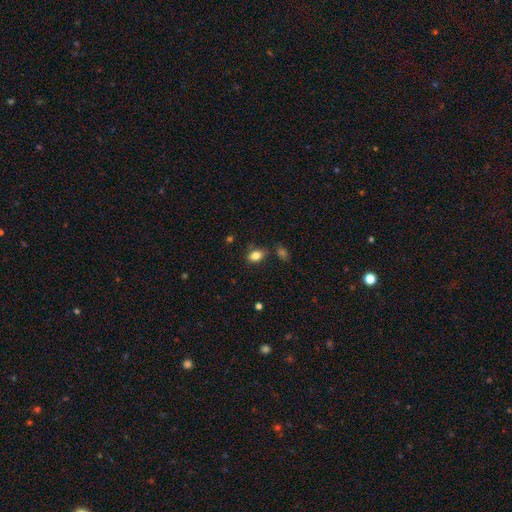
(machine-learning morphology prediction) The model was most divided on "merging": none: 76%, minor disturbance: 15%, merger: 6%, major disturbance: 4%. More confident: how rounded — in between (84%); smooth or featured — smooth (83%).